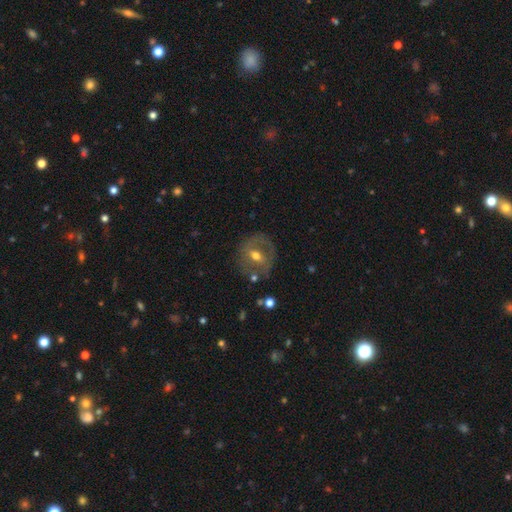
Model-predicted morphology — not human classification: Smooth or featured? featured or disk (59%)
Edge-on disk? no (94%)
Bar? weak (41%)
Spiral arms? no (58%)
Bulge size? moderate (72%)
Merging? none (71%)